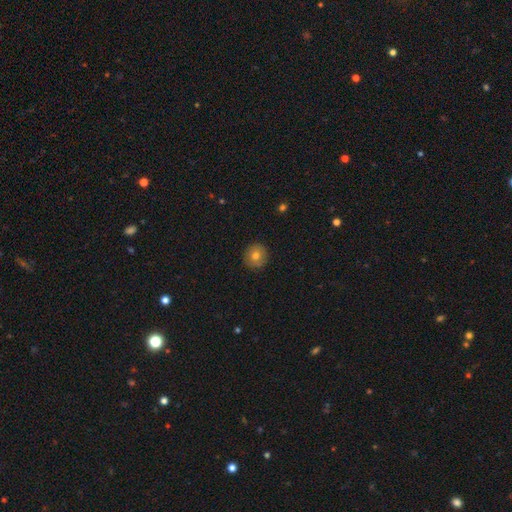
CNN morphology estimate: Q: Smooth or featured?
A: smooth (73%); runner-up: featured or disk (16%)
Q: How rounded?
A: round (93%); runner-up: in between (6%)
Q: Merging?
A: none (89%); runner-up: minor disturbance (8%)